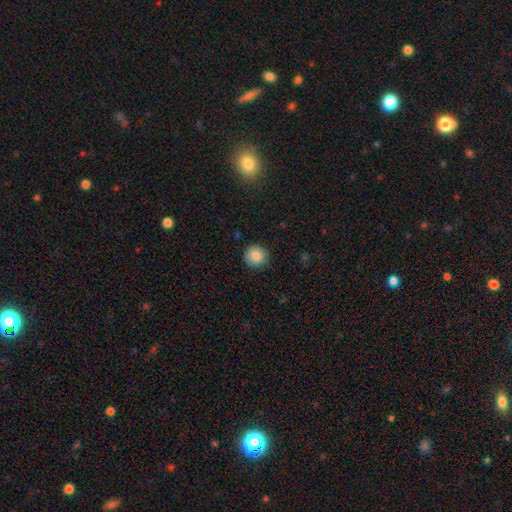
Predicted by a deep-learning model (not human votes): Morphology: type=smooth (86%); roundness=round (92%); merging=none (88%).